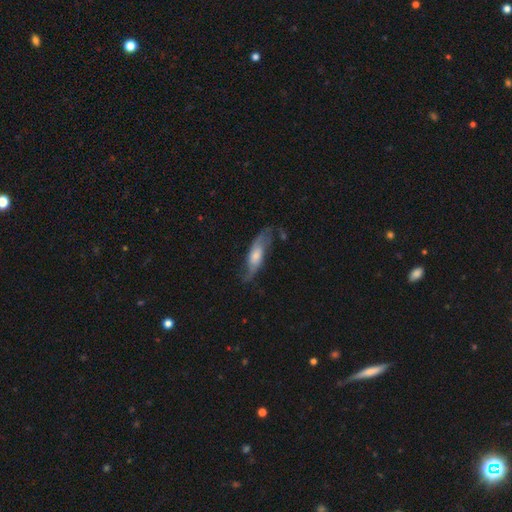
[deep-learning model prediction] Q: Smooth or featured?
A: featured or disk (60%); runner-up: smooth (34%)
Q: Edge-on disk?
A: no (77%); runner-up: yes (23%)
Q: Merging?
A: none (55%); runner-up: minor disturbance (25%)